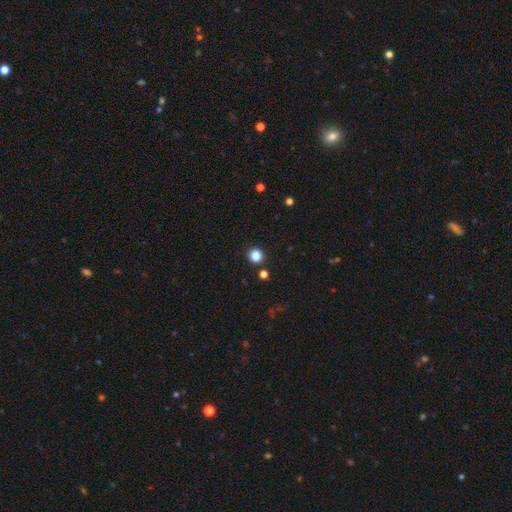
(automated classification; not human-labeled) Morphology: type=smooth (85%); roundness=round (93%); merging=none (90%).